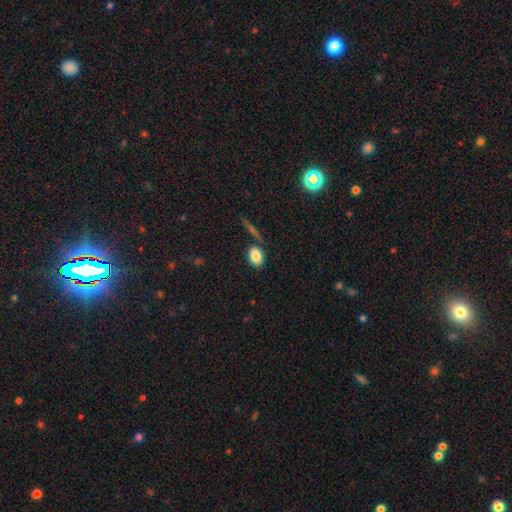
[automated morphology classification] Smooth or featured?
  - smooth: 84% *
  - star or artifact: 8%
  - featured or disk: 7%
How rounded?
  - in between: 86% *
  - round: 12%
  - cigar-shaped: 2%
Merging?
  - none: 70% *
  - minor disturbance: 16%
  - merger: 8%
  - major disturbance: 5%